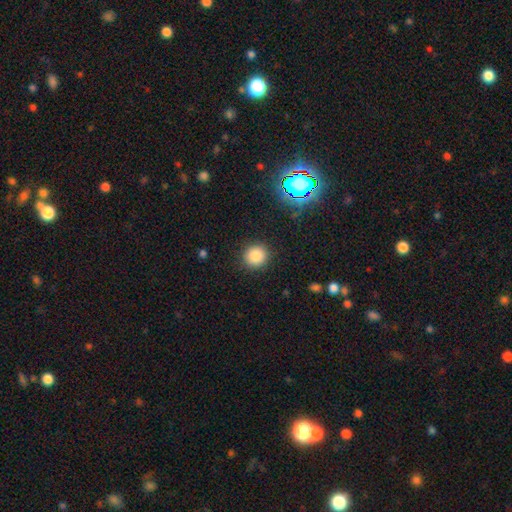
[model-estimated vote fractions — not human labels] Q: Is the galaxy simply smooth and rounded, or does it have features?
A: smooth — 83%.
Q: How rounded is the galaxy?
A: round — 89%.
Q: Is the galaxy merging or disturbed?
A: none — 90%.